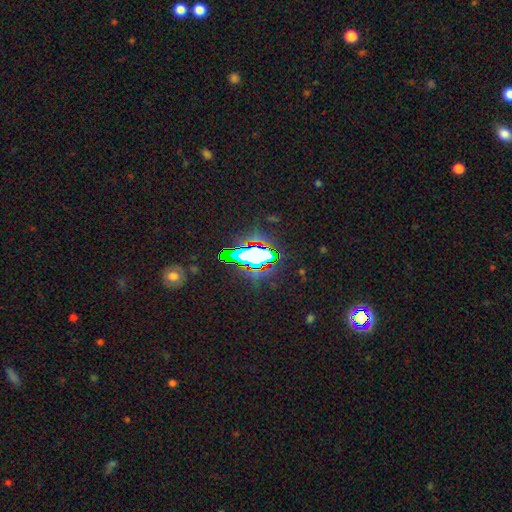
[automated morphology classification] Smooth or featured?
  - star or artifact: 62% *
  - smooth: 24%
  - featured or disk: 14%